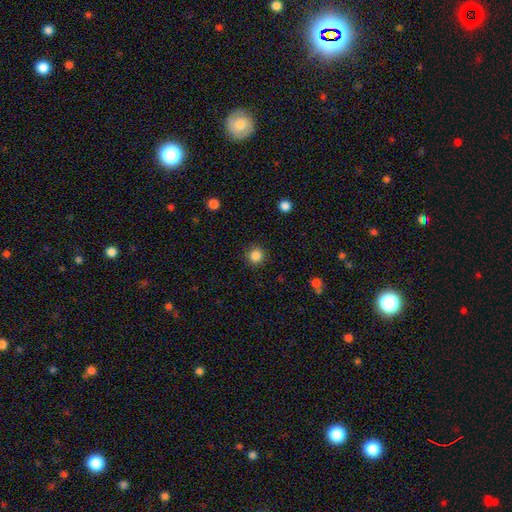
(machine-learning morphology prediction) This appears to be a smooth galaxy with no disk features (86%) that is round (94%). Merging: none (90%).